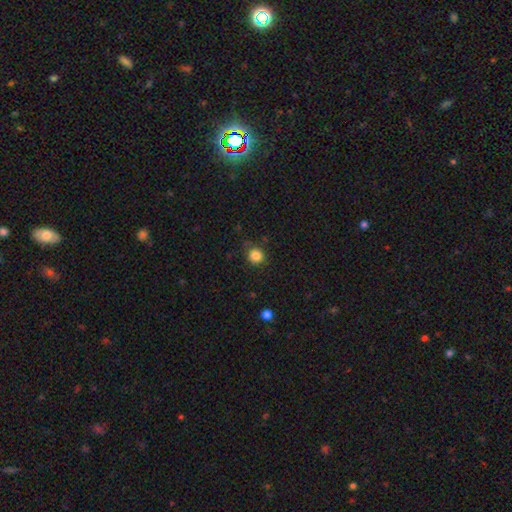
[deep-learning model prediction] Morphology: type=smooth (84%); roundness=round (91%); merging=none (86%).